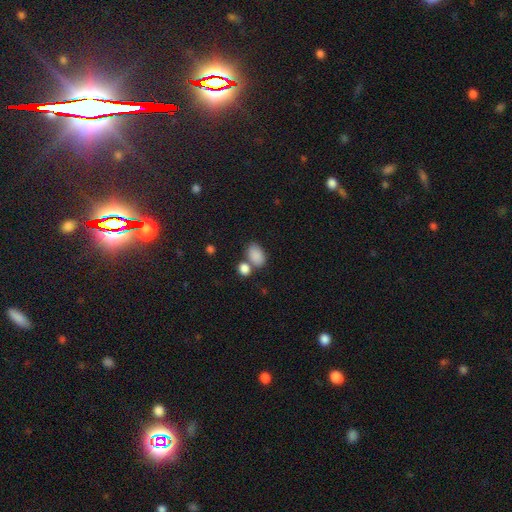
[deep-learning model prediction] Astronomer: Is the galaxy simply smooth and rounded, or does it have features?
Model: smooth — 86%.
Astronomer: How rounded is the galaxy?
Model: in between — 87%.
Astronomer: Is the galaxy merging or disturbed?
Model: none — 56%.